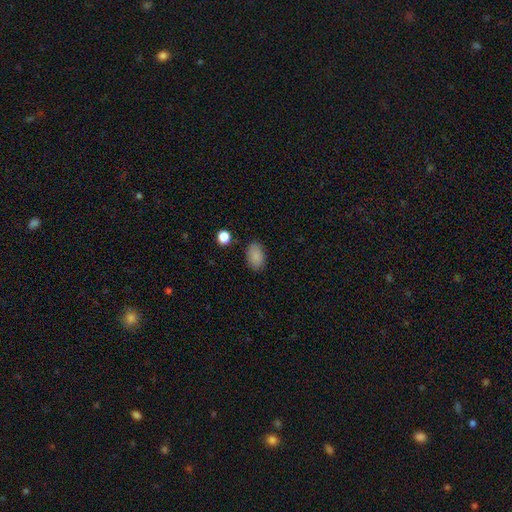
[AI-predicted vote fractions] Smooth or featured? Predicted: smooth (p=0.87). How rounded? Predicted: in between (p=0.89). Merging? Predicted: none (p=0.85).